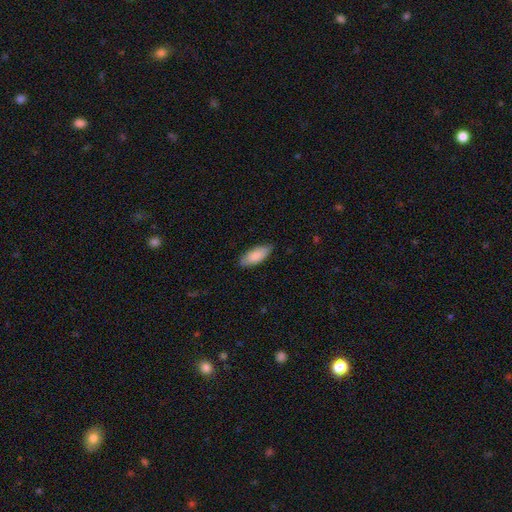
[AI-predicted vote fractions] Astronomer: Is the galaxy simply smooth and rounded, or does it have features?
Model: smooth — 87%.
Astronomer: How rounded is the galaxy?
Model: in between — 79%.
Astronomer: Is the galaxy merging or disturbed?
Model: none — 83%.